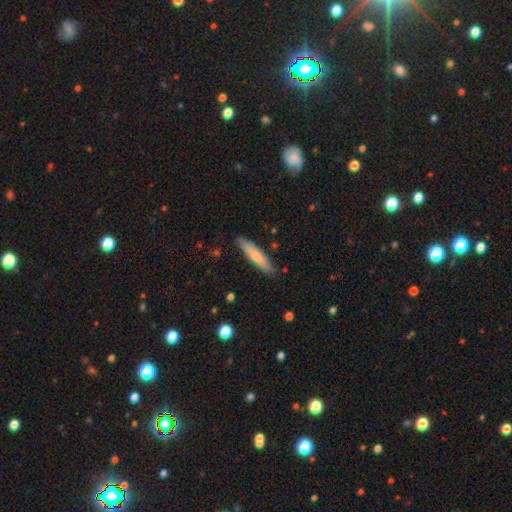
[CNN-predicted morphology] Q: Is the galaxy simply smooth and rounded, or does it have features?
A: smooth — 71%.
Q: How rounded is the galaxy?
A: cigar-shaped — 87%.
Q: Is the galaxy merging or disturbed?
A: none — 87%.